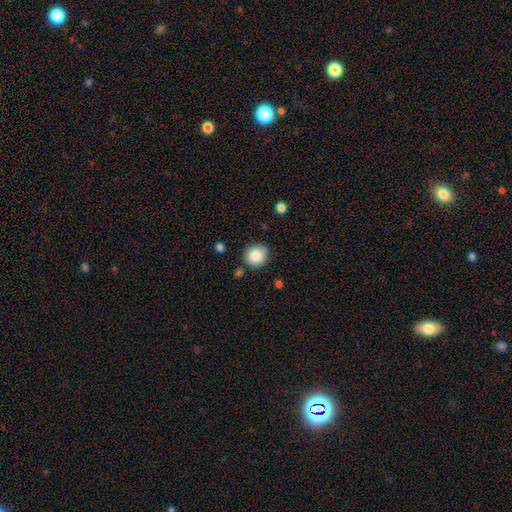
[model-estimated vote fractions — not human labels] Smooth or featured? Predicted: smooth (p=0.86). How rounded? Predicted: round (p=0.88). Merging? Predicted: none (p=0.83).